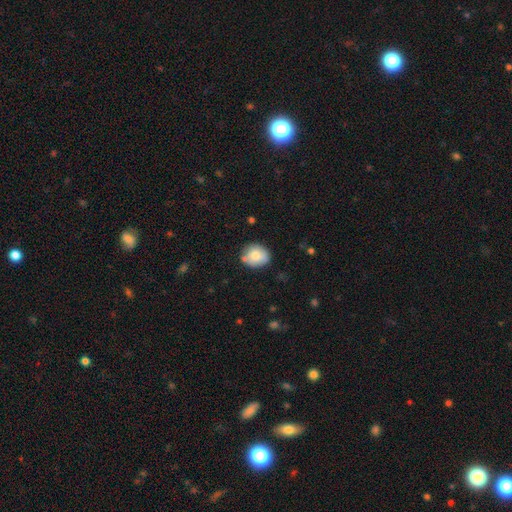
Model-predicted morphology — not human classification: Overall: smooth (74%). How rounded: round (67%; in between 32%). Merging: none (70%).